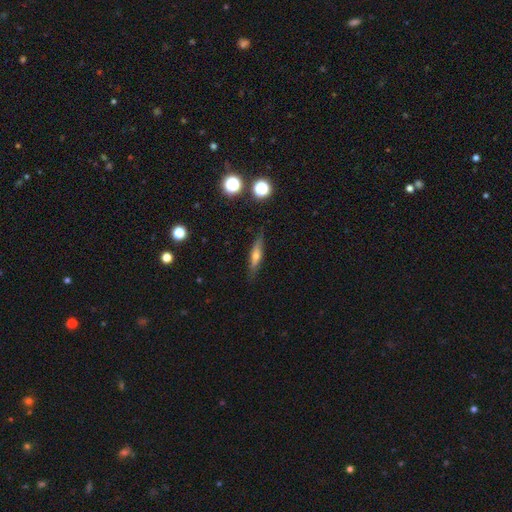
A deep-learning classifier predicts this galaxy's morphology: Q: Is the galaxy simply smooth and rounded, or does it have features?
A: smooth — 48%.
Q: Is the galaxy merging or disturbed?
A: none — 84%.